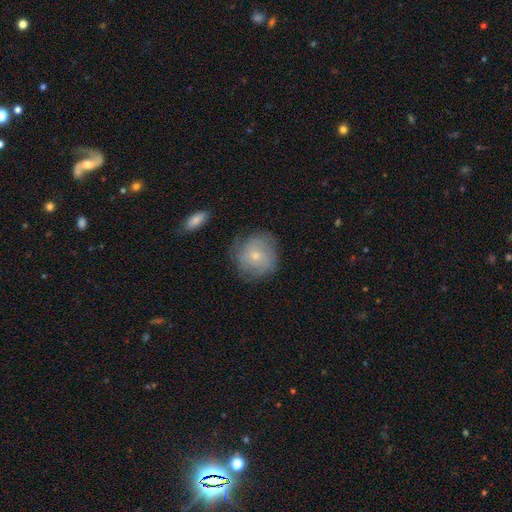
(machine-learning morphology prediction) Smooth or featured? Predicted: smooth (p=0.55). How rounded? Predicted: round (p=0.89). Merging? Predicted: none (p=0.74).